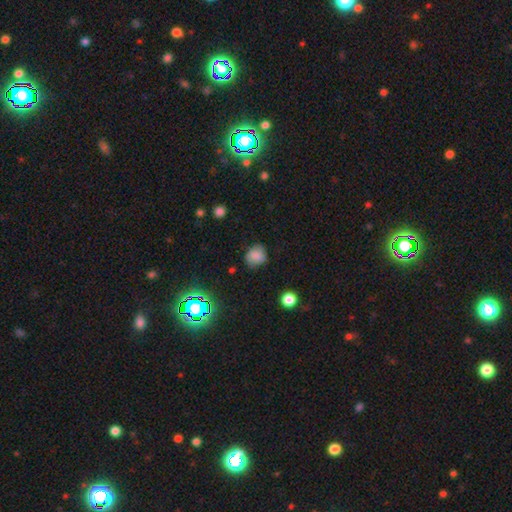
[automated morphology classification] A smooth galaxy with no disk features (74%) that is round (74%). Merging: none (72%).